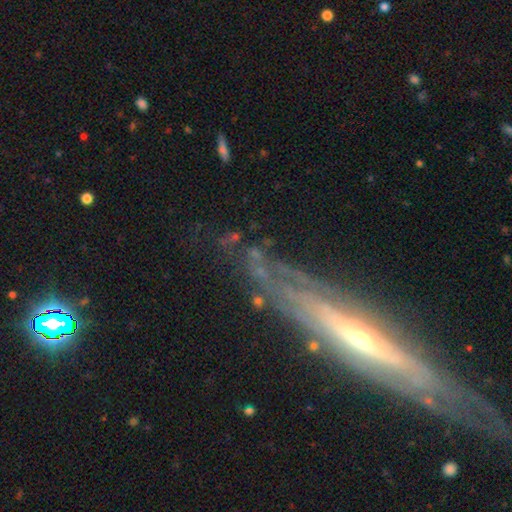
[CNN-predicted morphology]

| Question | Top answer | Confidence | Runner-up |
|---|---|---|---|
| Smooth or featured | featured or disk | 49% | smooth (26%) |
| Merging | none | 63% | minor disturbance (18%) |